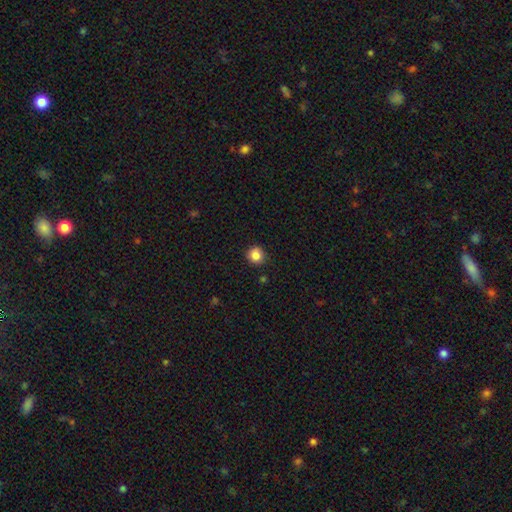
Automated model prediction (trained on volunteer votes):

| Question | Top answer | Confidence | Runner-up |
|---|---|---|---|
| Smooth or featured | smooth | 85% | star or artifact (10%) |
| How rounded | round | 92% | in between (7%) |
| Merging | none | 89% | minor disturbance (7%) |